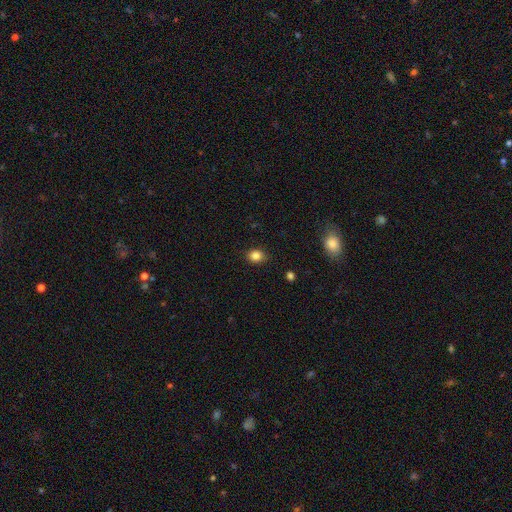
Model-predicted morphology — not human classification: smooth_or_featured: smooth (p=0.84) [alt: star or artifact p=0.11]
how_rounded: round (p=0.55) [alt: in between p=0.44]
merging: none (p=0.88) [alt: minor disturbance p=0.09]